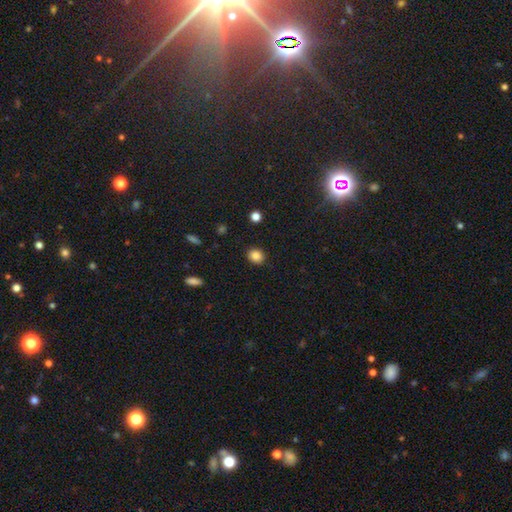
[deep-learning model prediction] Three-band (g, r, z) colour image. It shows a smooth galaxy with no disk features (85%) that is round (69%). Merging: none (89%).